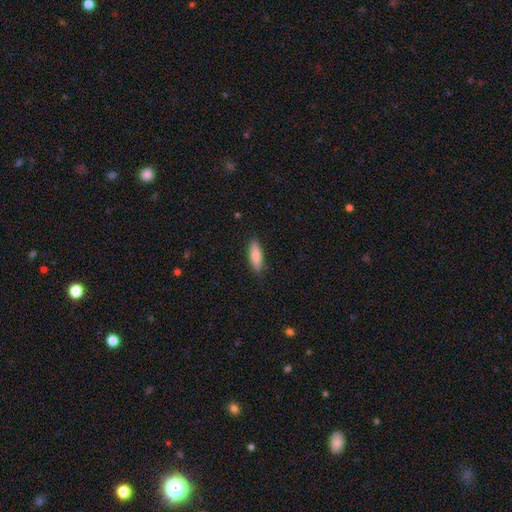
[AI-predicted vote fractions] Smooth or featured?
  - smooth: 84% *
  - featured or disk: 10%
  - star or artifact: 6%
How rounded?
  - in between: 52% *
  - cigar-shaped: 46%
  - round: 2%
Merging?
  - none: 86% *
  - minor disturbance: 11%
  - major disturbance: 2%
  - merger: 1%